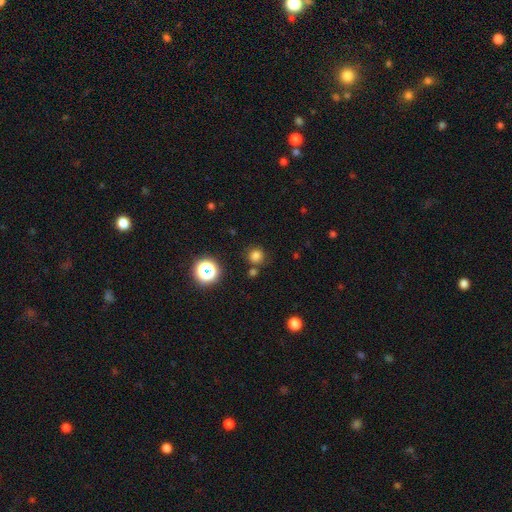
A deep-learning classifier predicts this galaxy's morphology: smooth 75%, star or artifact 19%, featured or disk 6%. Down the decision tree: how rounded — round (92%); merging — none (79%).